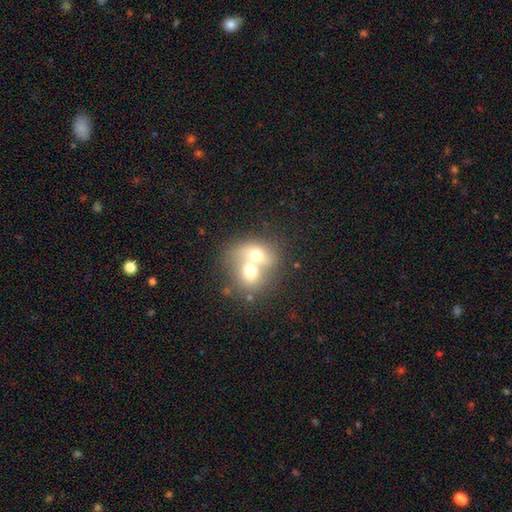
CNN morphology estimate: Smooth or featured: smooth — 64% (featured or disk — 26%)
How rounded: round — 58% (in between — 41%)
Merging: merger — 76% (none — 16%)